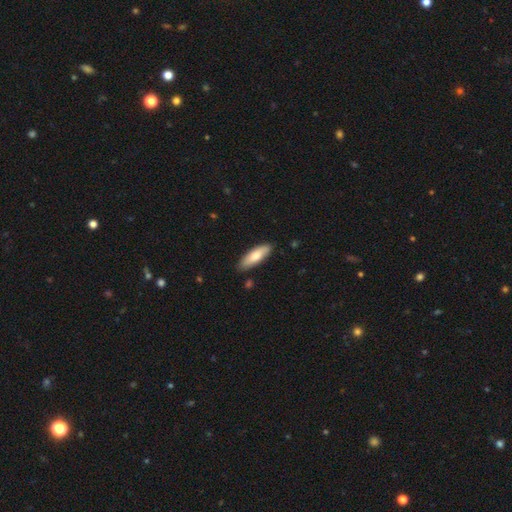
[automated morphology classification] Smooth or featured: smooth — 77% (featured or disk — 18%)
How rounded: in between — 56% (cigar-shaped — 43%)
Merging: none — 85% (minor disturbance — 11%)